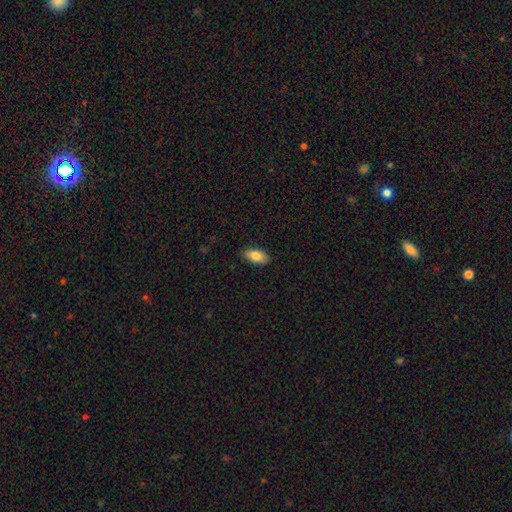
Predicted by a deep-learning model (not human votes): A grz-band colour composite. It shows a smooth galaxy with no disk features (83%) that is in between round and cigar-shaped (91%). Merging: none (88%).